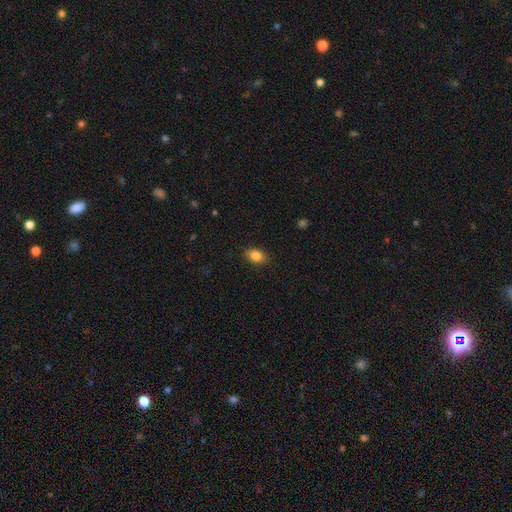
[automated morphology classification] A smooth galaxy with no disk features (85%) that is in between round and cigar-shaped (84%).

Vote fractions:
- Smooth or featured? smooth: 85% / star or artifact: 9% / featured or disk: 6%
- How rounded? in between: 84% / round: 15% / cigar-shaped: 2%
- Merging? none: 88% / minor disturbance: 9% / major disturbance: 2% / merger: 1%